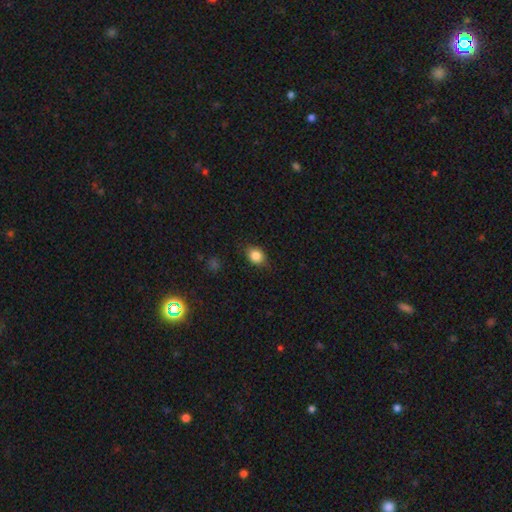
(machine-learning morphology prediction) The model was most divided on "how rounded": in between: 52%, round: 47%, cigar-shaped: 2%. More confident: smooth or featured — smooth (84%); merging — none (77%).